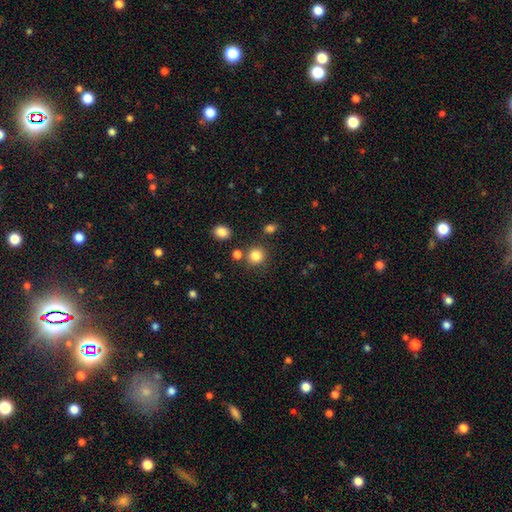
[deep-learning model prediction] Smooth or featured?
  - smooth: 83% *
  - star or artifact: 12%
  - featured or disk: 5%
How rounded?
  - round: 89% *
  - in between: 10%
  - cigar-shaped: 1%
Merging?
  - none: 80% *
  - minor disturbance: 8%
  - merger: 8%
  - major disturbance: 3%